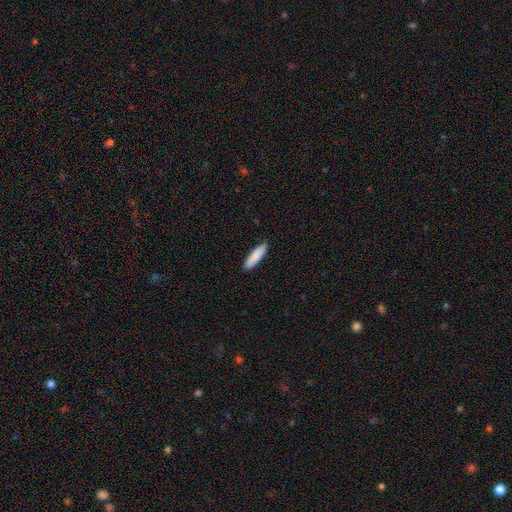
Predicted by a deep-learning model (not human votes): This appears to be a smooth galaxy with no disk features (88%) that is cigar-shaped (75%). Merging: none (89%).